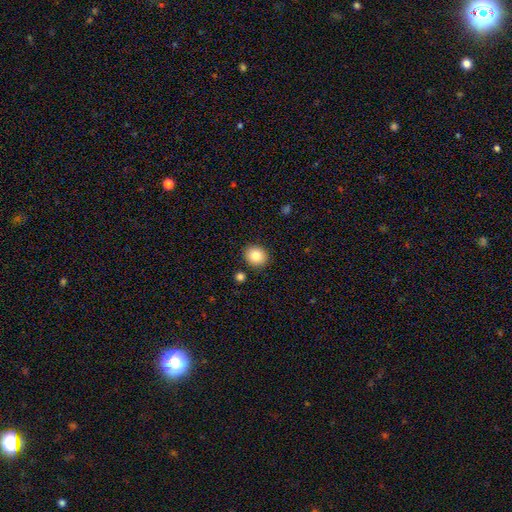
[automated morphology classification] A smooth galaxy with no disk features (83%) that is round (81%).

Vote fractions:
- Smooth or featured? smooth: 83% / star or artifact: 10% / featured or disk: 8%
- How rounded? round: 81% / in between: 18% / cigar-shaped: 1%
- Merging? none: 89% / minor disturbance: 6% / merger: 3% / major disturbance: 2%